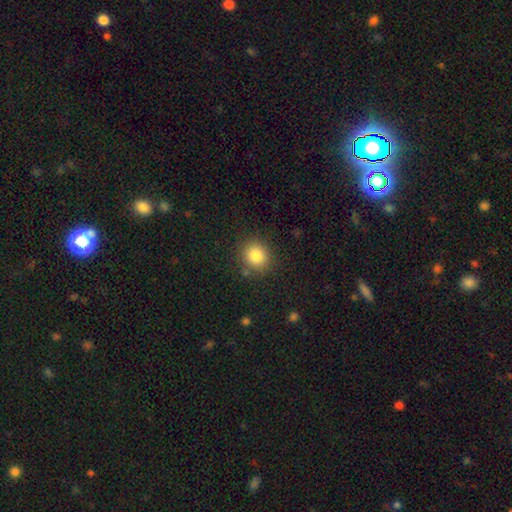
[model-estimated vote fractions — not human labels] Smooth or featured?
  - smooth: 84% *
  - star or artifact: 11%
  - featured or disk: 5%
How rounded?
  - round: 85% *
  - in between: 14%
  - cigar-shaped: 1%
Merging?
  - none: 86% *
  - minor disturbance: 9%
  - major disturbance: 3%
  - merger: 2%